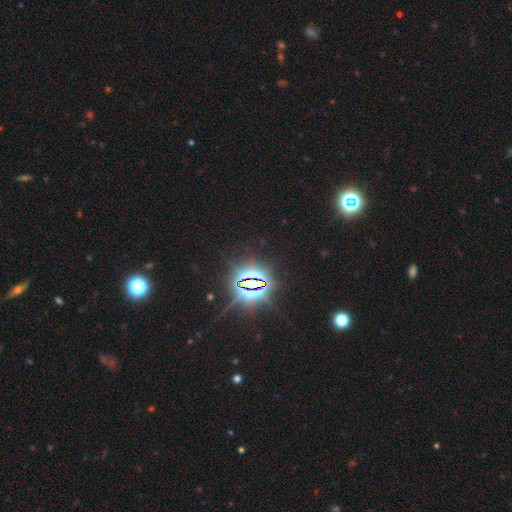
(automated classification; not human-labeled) A star or artifact, not a galaxy (84%).

Vote fractions:
- Smooth or featured? star or artifact: 84% / smooth: 10% / featured or disk: 6%